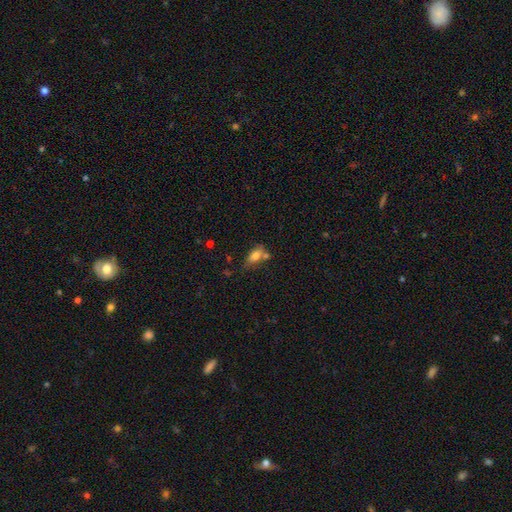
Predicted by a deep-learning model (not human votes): Smooth or featured? smooth (74%)
How rounded? in between (83%)
Merging? none (46%)